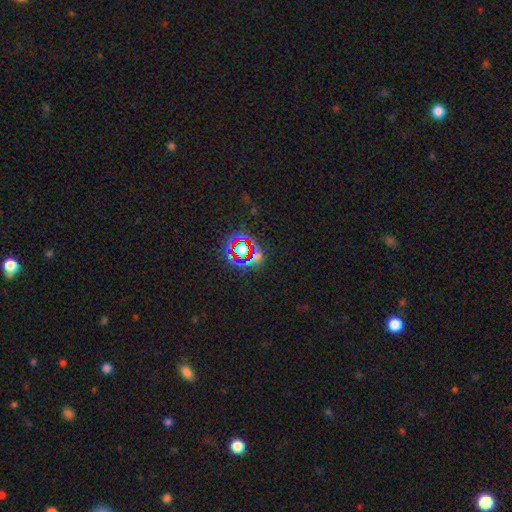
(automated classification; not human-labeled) Q: Smooth or featured?
A: star or artifact (73%); runner-up: smooth (17%)